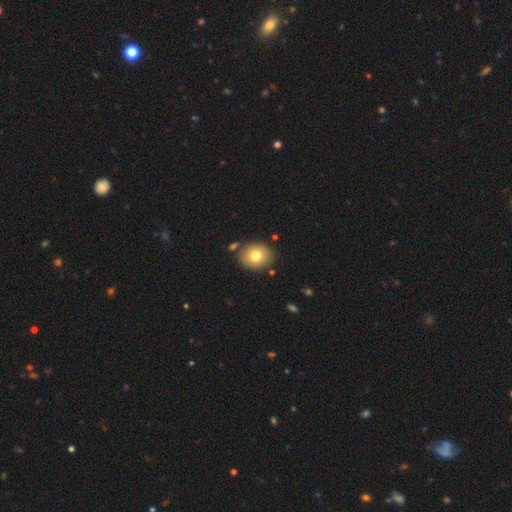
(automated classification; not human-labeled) A smooth galaxy with no disk features (77%) that is round (56%).

Vote fractions:
- Smooth or featured? smooth: 77% / featured or disk: 14% / star or artifact: 9%
- How rounded? round: 56% / in between: 44% / cigar-shaped: 1%
- Merging? none: 83% / minor disturbance: 10% / merger: 5% / major disturbance: 2%